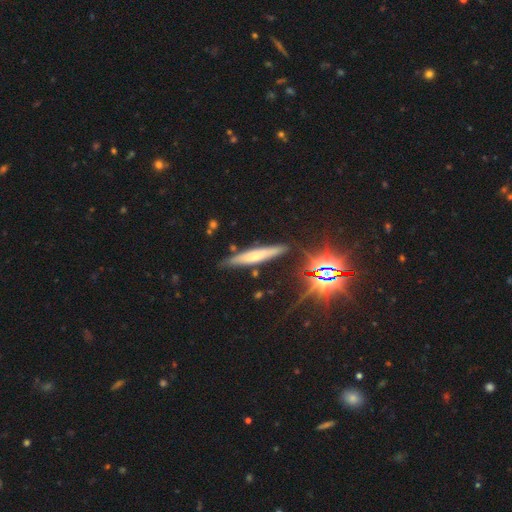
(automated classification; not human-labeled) Q: Smooth or featured?
A: smooth (52%); runner-up: featured or disk (34%)
Q: How rounded?
A: cigar-shaped (89%); runner-up: in between (9%)
Q: Merging?
A: none (84%); runner-up: minor disturbance (11%)